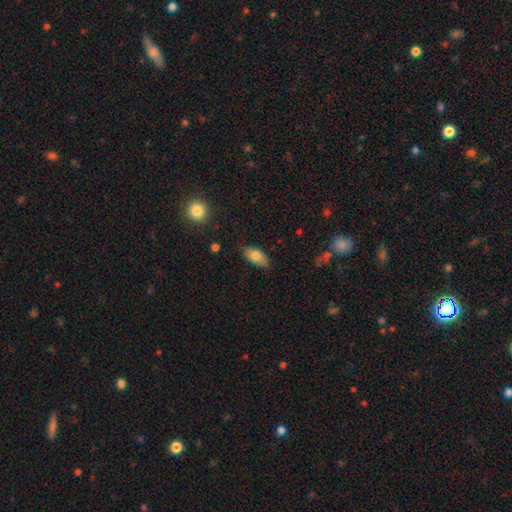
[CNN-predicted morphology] Smooth or featured: smooth — 76% (featured or disk — 16%)
How rounded: in between — 88% (cigar-shaped — 8%)
Merging: none — 81% (minor disturbance — 15%)